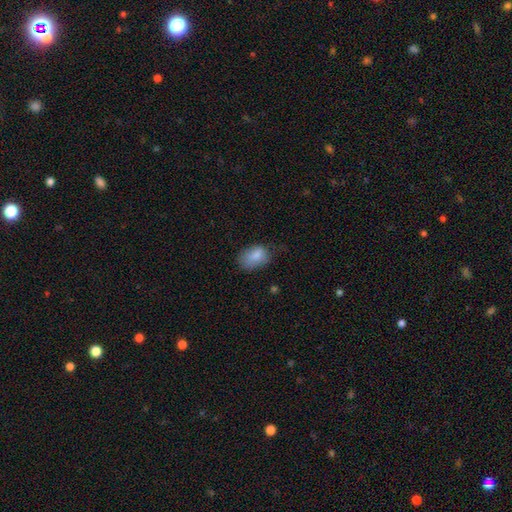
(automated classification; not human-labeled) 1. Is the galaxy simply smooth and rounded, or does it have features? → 82% smooth, 9% featured or disk, 8% star or artifact.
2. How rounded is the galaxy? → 84% in between, 14% round, 1% cigar-shaped.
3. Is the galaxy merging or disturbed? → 50% none, 34% minor disturbance, 14% major disturbance, 2% merger.